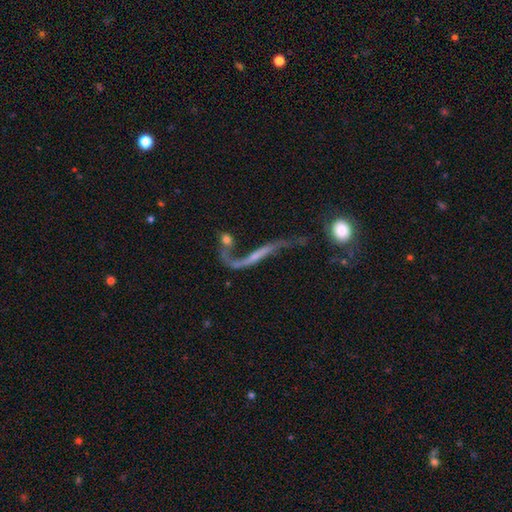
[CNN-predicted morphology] smooth_or_featured: featured or disk (p=0.73) [alt: smooth p=0.17]
disk_edge_on: no (p=0.74) [alt: yes p=0.26]
bar: no (p=0.50) [alt: weak p=0.25]
has_spiral_arms: yes (p=0.72) [alt: no p=0.28]
bulge_size: small (p=0.44) [alt: none p=0.35]
merging: major disturbance (p=0.31) [alt: none p=0.30]